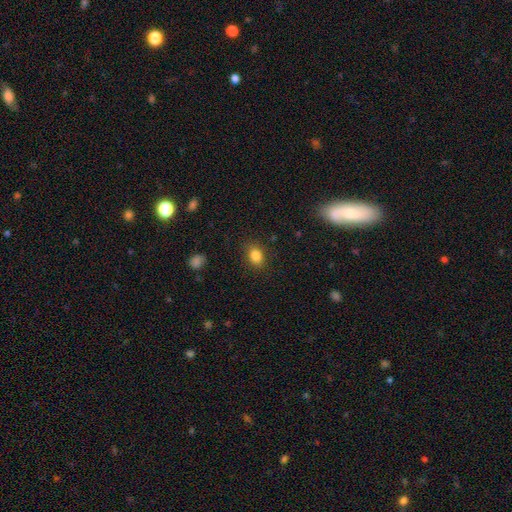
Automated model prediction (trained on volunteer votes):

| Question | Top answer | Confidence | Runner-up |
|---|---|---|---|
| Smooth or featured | smooth | 84% | star or artifact (11%) |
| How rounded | in between | 61% | round (38%) |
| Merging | none | 85% | minor disturbance (11%) |